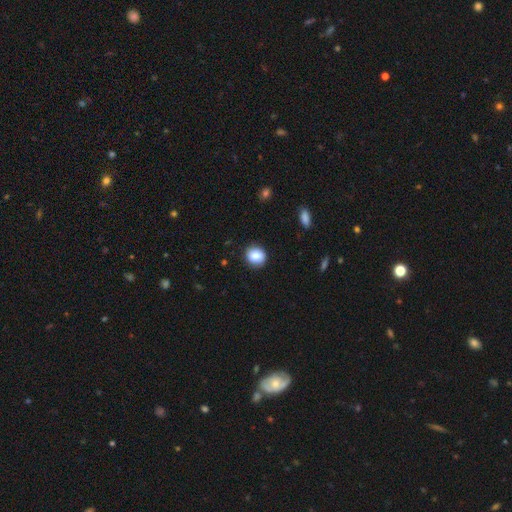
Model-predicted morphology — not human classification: This is clearly a smooth galaxy (83%). How rounded: likely round (77%). Merging: clearly none (88%).